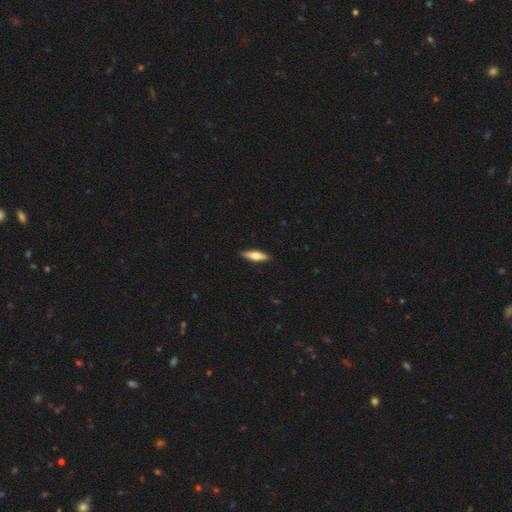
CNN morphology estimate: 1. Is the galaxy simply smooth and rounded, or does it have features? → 60% smooth, 35% featured or disk, 6% star or artifact.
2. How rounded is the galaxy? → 59% cigar-shaped, 39% in between, 2% round.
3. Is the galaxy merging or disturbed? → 90% none, 7% minor disturbance, 2% major disturbance, 1% merger.